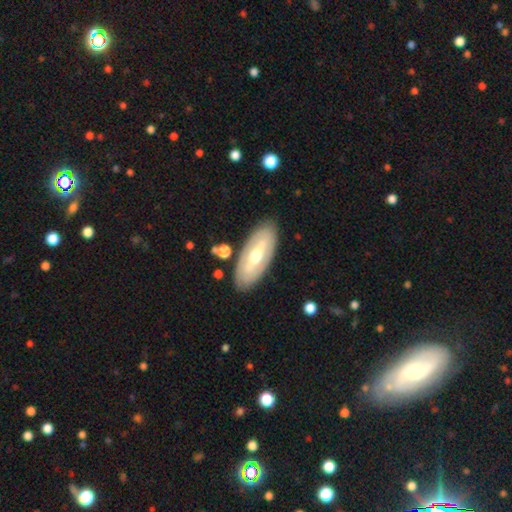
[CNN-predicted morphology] Smooth or featured? featured or disk (65%)
Edge-on disk? no (82%)
Bar? no (38%)
Spiral arms? no (62%)
Bulge size? moderate (70%)
Merging? none (84%)